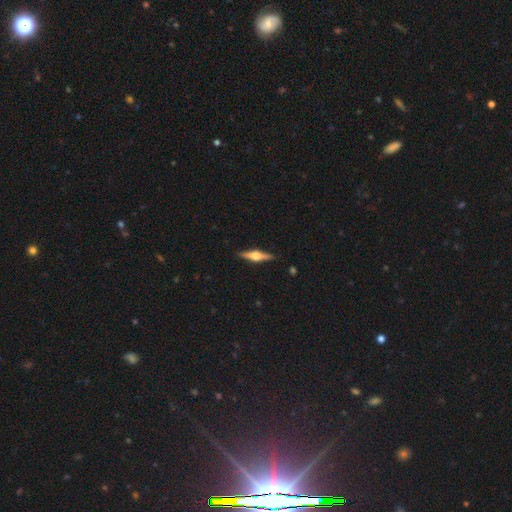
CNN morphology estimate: Smooth or featured? Predicted: featured or disk (p=0.72). Edge-on disk? Predicted: yes (p=0.98). Edge-on bulge? Predicted: rounded (p=0.92). Merging? Predicted: none (p=0.90).